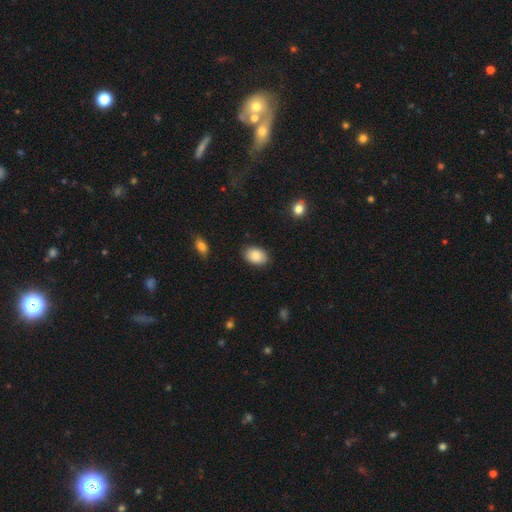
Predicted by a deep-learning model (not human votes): Smooth or featured? Predicted: smooth (p=0.87). How rounded? Predicted: in between (p=0.85). Merging? Predicted: none (p=0.86).